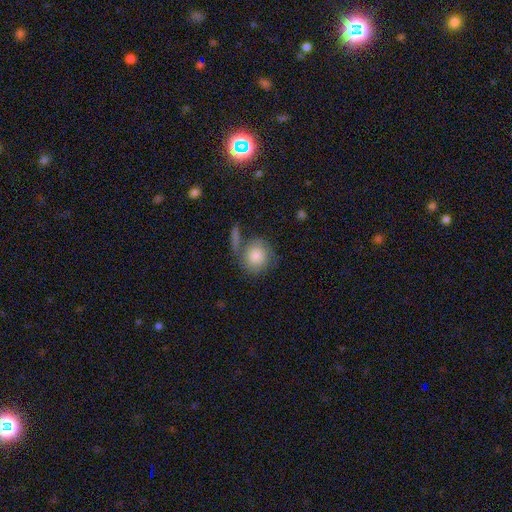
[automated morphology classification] type=smooth (78%); roundness=round (84%); merging=none (56%).